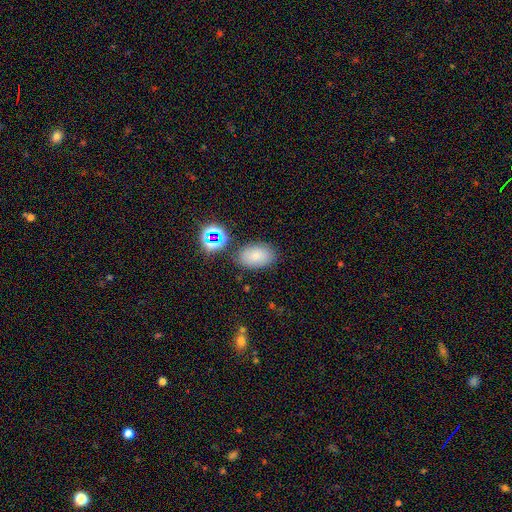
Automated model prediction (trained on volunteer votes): smooth_or_featured: smooth (p=0.75) [alt: star or artifact p=0.15]
how_rounded: in between (p=0.87) [alt: round p=0.12]
merging: none (p=0.78) [alt: minor disturbance p=0.13]